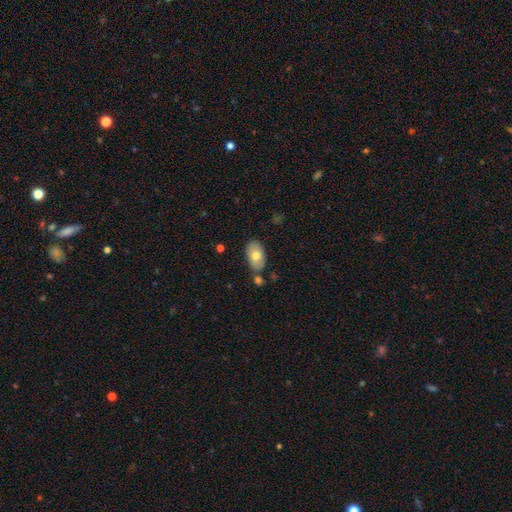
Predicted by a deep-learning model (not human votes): Smooth or featured?
  - smooth: 73% *
  - featured or disk: 20%
  - star or artifact: 7%
How rounded?
  - in between: 93% *
  - round: 5%
  - cigar-shaped: 1%
Merging?
  - none: 75% *
  - minor disturbance: 14%
  - merger: 8%
  - major disturbance: 3%